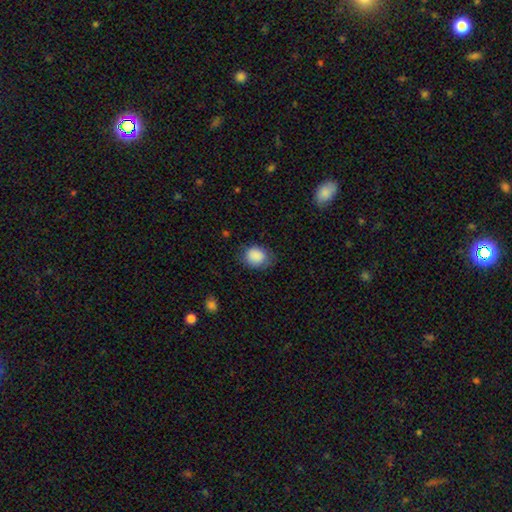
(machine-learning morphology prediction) smooth 89%, star or artifact 7%, featured or disk 4%. Down the decision tree: how rounded — round (56%); merging — none (73%).